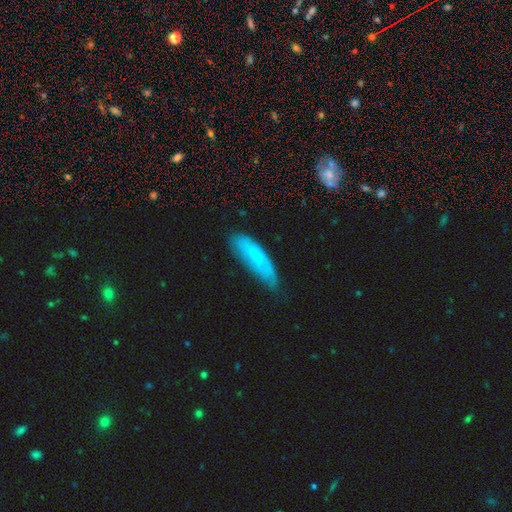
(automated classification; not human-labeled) Overall: smooth (56%; featured or disk 37%). How rounded: in between (49%, tied with cigar-shaped). Merging: none (58%; minor disturbance 32%).